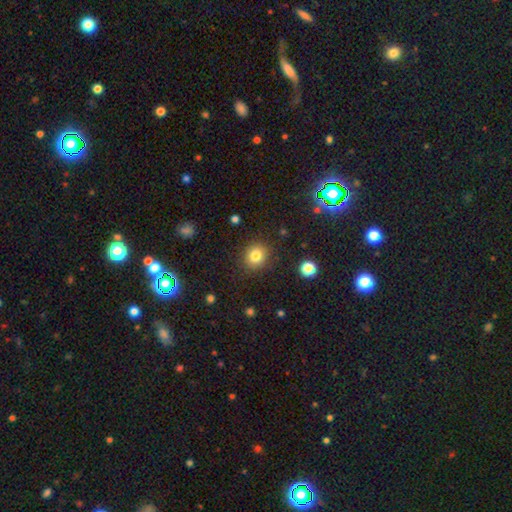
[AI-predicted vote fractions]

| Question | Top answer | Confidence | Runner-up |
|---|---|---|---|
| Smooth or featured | smooth | 81% | star or artifact (12%) |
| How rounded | round | 80% | in between (19%) |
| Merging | none | 88% | minor disturbance (8%) |